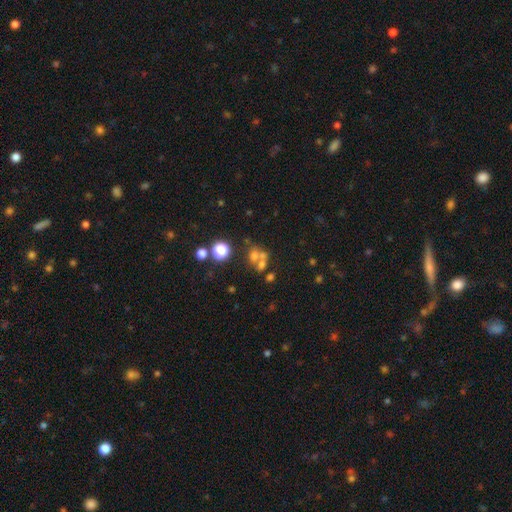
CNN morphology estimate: smooth_or_featured: smooth (p=0.53) [alt: star or artifact p=0.26]
how_rounded: round (p=0.63) [alt: in between p=0.36]
merging: merger (p=0.51) [alt: none p=0.34]